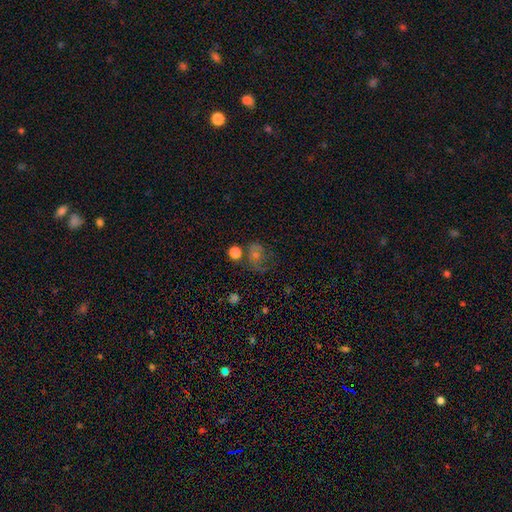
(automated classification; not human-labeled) This appears to be a smooth galaxy with no disk features (42%). Merging: none (45%).